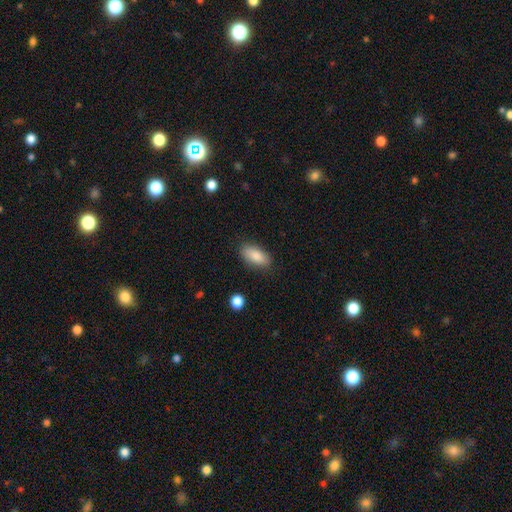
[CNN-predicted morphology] Smooth or featured? Predicted: smooth (p=0.85). How rounded? Predicted: in between (p=0.88). Merging? Predicted: none (p=0.84).